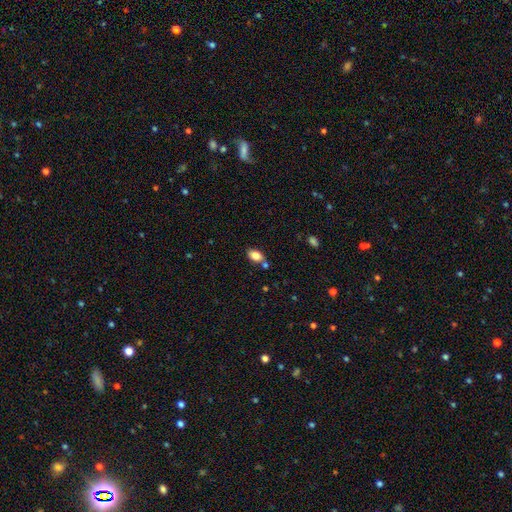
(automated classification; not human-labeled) A smooth galaxy with no disk features (83%) that is in between round and cigar-shaped (87%). Merging: none (67%).